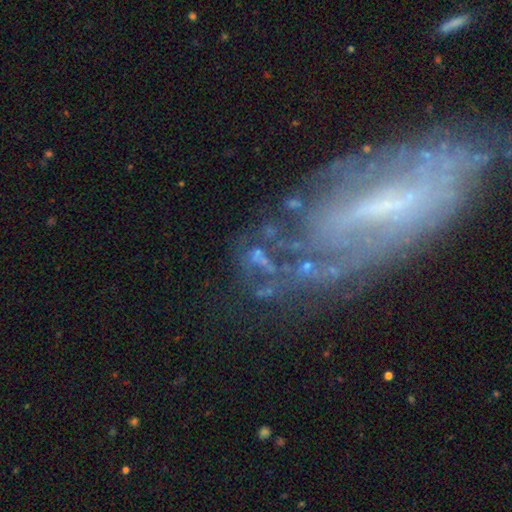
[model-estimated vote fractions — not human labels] A featured or disk galaxy (57%) with no bar (70%), no spiral arms (51%) and no central bulge (51%).

Vote fractions:
- Smooth or featured? featured or disk: 57% / star or artifact: 27% / smooth: 16%
- Edge-on disk? no: 97% / yes: 3%
- Bar? no: 70% / weak: 18% / strong: 12%
- Spiral arms? no: 51% / yes: 49%
- Bulge size? none: 51% / small: 31% / moderate: 13% / large: 3% / dominant: 2%
- Merging? none: 44% / major disturbance: 28% / minor disturbance: 18% / merger: 10%